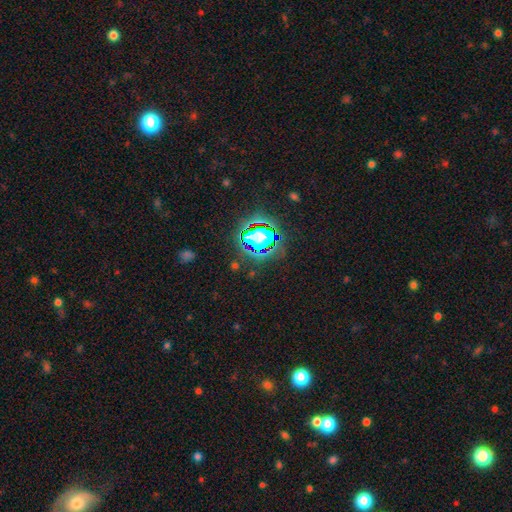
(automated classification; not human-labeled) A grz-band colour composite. It shows a star or artifact, not a galaxy (81%).